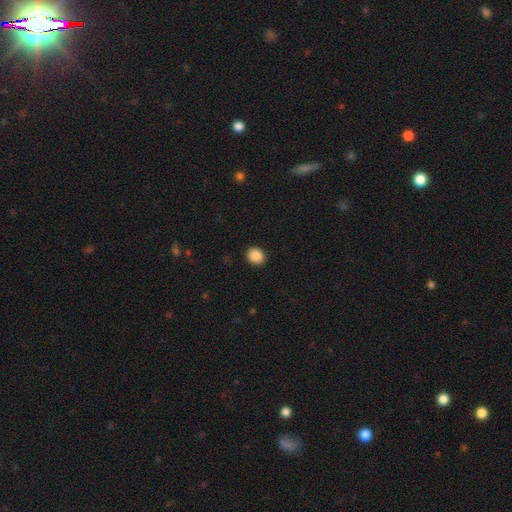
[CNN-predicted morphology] Smooth or featured?
  - smooth: 89% *
  - star or artifact: 9%
  - featured or disk: 3%
How rounded?
  - round: 73% *
  - in between: 26%
  - cigar-shaped: 1%
Merging?
  - none: 91% *
  - minor disturbance: 6%
  - major disturbance: 2%
  - merger: 1%